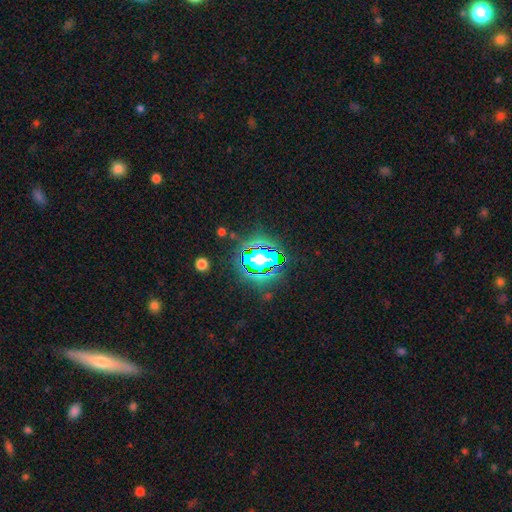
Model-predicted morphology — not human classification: Smooth or featured? Predicted: star or artifact (p=0.79).